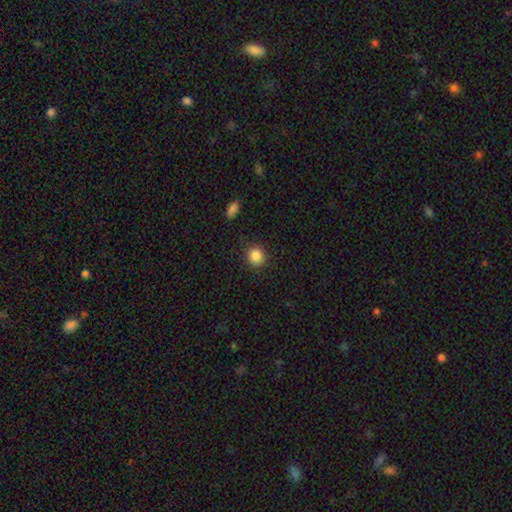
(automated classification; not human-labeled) smooth_or_featured: smooth (p=0.87) [alt: star or artifact p=0.10]
how_rounded: round (p=0.88) [alt: in between p=0.11]
merging: none (p=0.89) [alt: minor disturbance p=0.08]